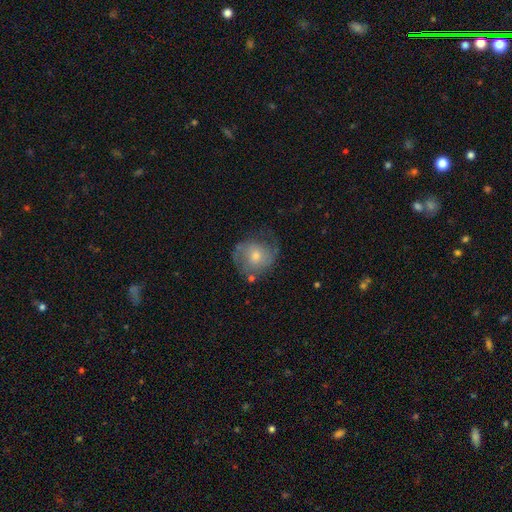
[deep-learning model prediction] smooth-or-featured: featured or disk: 63% | smooth: 28% | star or artifact: 9%
  disk-edge-on: no: 97% | yes: 3%
    bar: no: 73% | weak: 22% | strong: 4%
    has-spiral-arms: yes: 83% | no: 17%
      spiral-winding: medium: 43% | tight: 34% | loose: 22%
      spiral-arm-count: 2: 68% | can't tell: 18% | 1: 6% | 3: 4% | 4: 2% | more than 4: 2%
    bulge-size: moderate: 49% | small: 45% | large: 3% | none: 2% | dominant: 1%
  merging: none: 62% | minor disturbance: 22% | major disturbance: 13% | merger: 3%